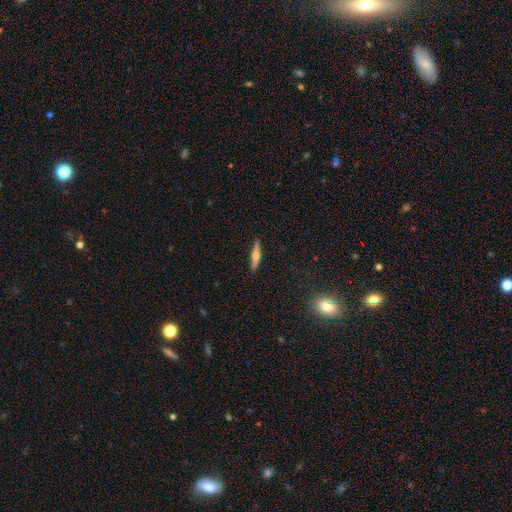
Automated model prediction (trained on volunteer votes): A featured or disk galaxy (50%).

Vote fractions:
- Smooth or featured? featured or disk: 50% / smooth: 43% / star or artifact: 7%
- Merging? none: 89% / minor disturbance: 8% / major disturbance: 2% / merger: 1%